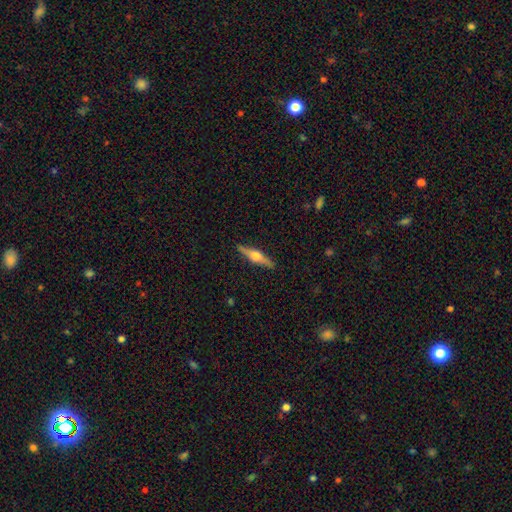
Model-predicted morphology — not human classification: smooth_or_featured: featured or disk (p=0.69) [alt: smooth p=0.25]
disk_edge_on: yes (p=0.97) [alt: no p=0.03]
edge_on_bulge: rounded (p=0.93) [alt: boxy p=0.05]
merging: none (p=0.90) [alt: minor disturbance p=0.08]